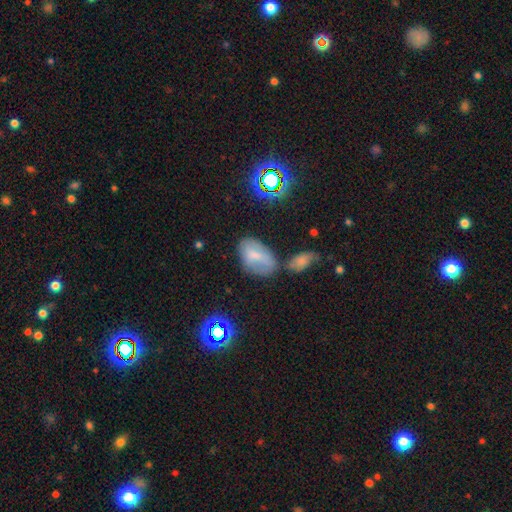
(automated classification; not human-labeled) Smooth or featured? smooth (61%)
How rounded? in between (91%)
Merging? none (46%)